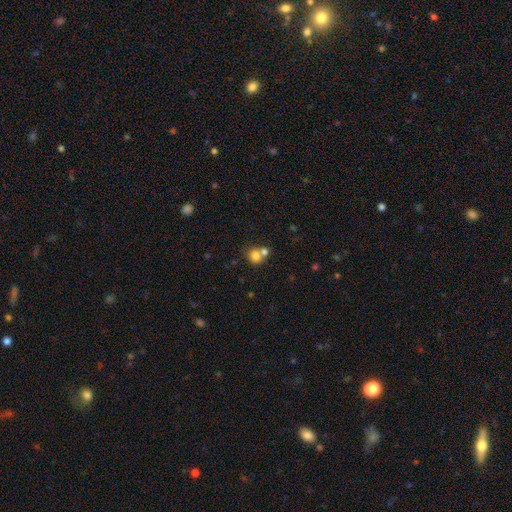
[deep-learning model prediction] Morphology: type=smooth (78%); roundness=round (79%); merging=none (45%).